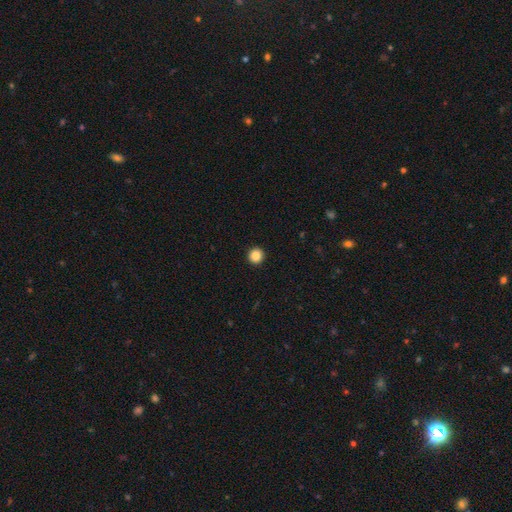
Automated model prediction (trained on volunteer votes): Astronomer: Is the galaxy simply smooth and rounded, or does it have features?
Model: smooth — 87%.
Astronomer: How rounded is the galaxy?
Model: round — 96%.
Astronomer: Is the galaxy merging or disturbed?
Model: none — 94%.